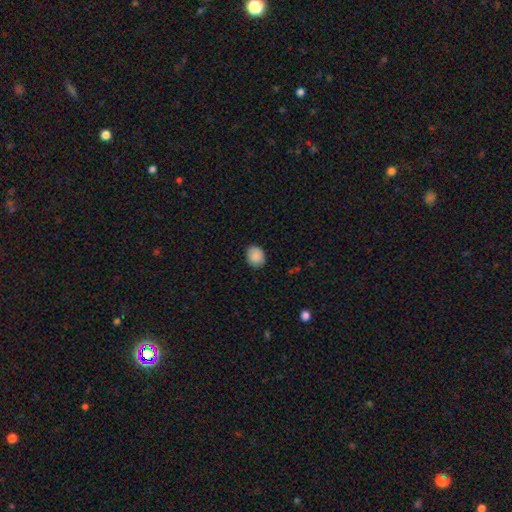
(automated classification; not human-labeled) Morphology: type=smooth (89%); roundness=round (56%); merging=none (87%).